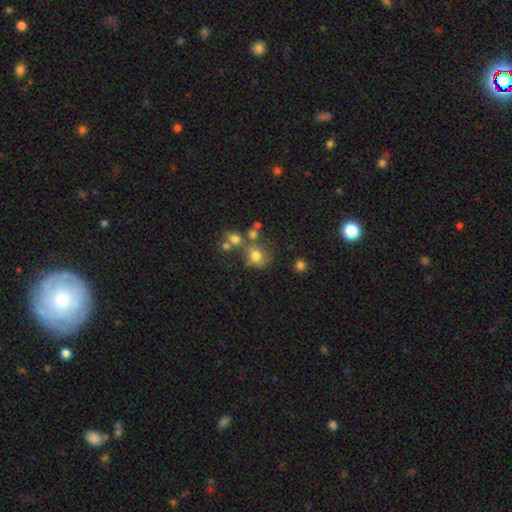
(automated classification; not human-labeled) This is likely a smooth galaxy (69%). How rounded: likely round (67%). Merging: marginally none (41%).